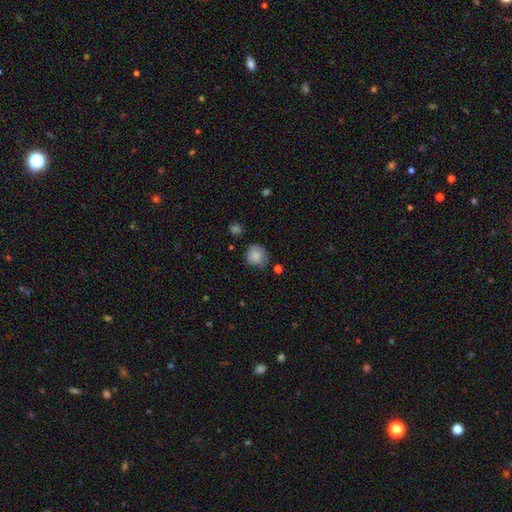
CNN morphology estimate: Smooth or featured: smooth — 81% (featured or disk — 10%)
How rounded: round — 82% (in between — 17%)
Merging: none — 64% (minor disturbance — 27%)